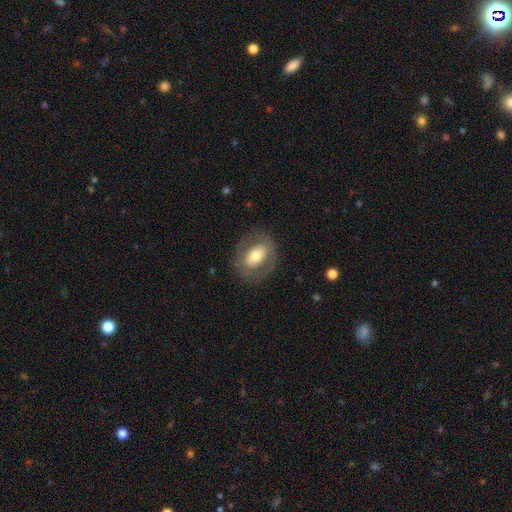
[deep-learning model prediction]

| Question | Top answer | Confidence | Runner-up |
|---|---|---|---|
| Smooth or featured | smooth | 55% | featured or disk (38%) |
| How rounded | in between | 70% | round (28%) |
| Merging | none | 79% | minor disturbance (12%) |